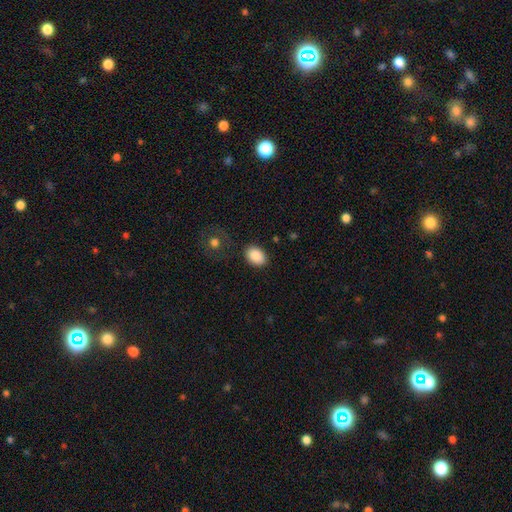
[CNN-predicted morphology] This appears to be a smooth galaxy with no disk features (88%) that is in between round and cigar-shaped (77%). Merging: none (84%).